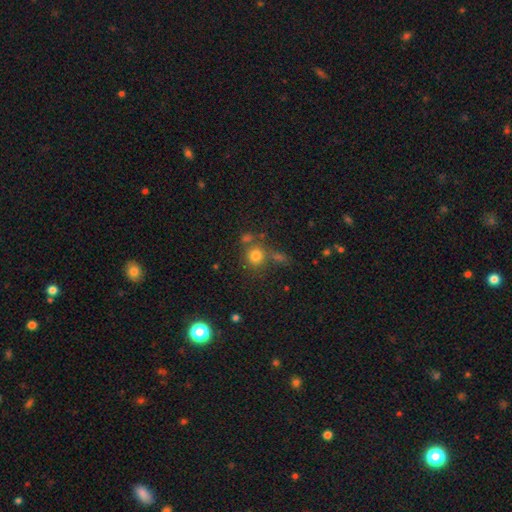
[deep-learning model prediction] smooth-or-featured: smooth: 78% | star or artifact: 14% | featured or disk: 8%
  how-rounded: round: 86% | in between: 13% | cigar-shaped: 1%
  merging: none: 62% | merger: 20% | minor disturbance: 12% | major disturbance: 6%